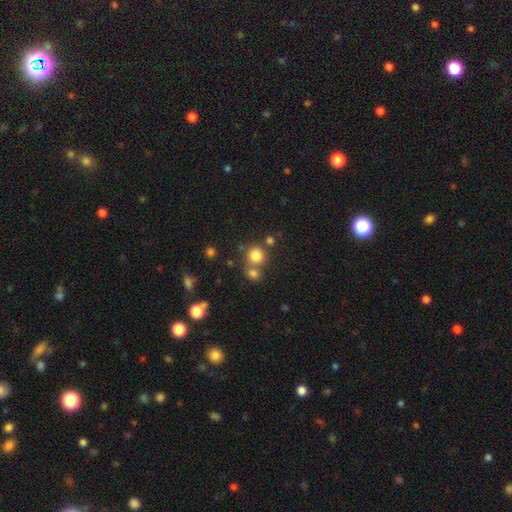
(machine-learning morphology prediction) smooth_or_featured: smooth (p=0.80) [alt: star or artifact p=0.13]
how_rounded: round (p=0.87) [alt: in between p=0.12]
merging: none (p=0.60) [alt: merger p=0.29]